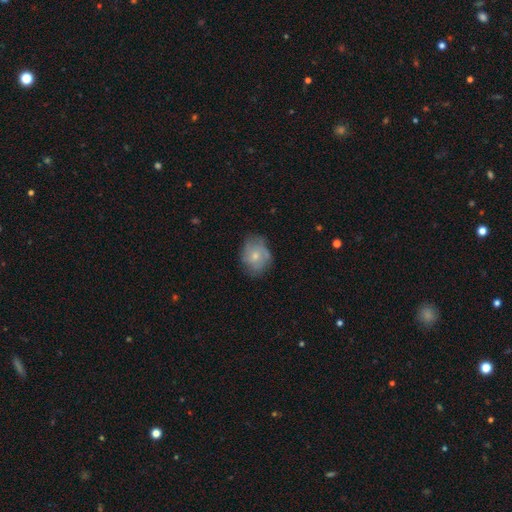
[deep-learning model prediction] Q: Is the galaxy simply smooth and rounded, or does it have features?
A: smooth — 55%.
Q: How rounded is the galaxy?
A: round — 56%.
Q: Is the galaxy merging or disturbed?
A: none — 63%.